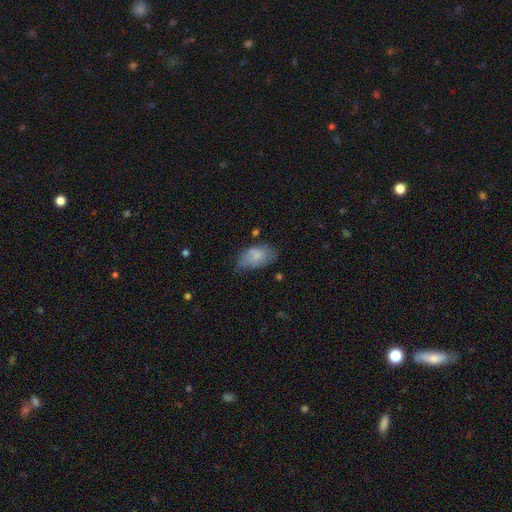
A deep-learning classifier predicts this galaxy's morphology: Overall: smooth (76%). How rounded: in between (93%). Merging: none (41%; minor disturbance 39%).